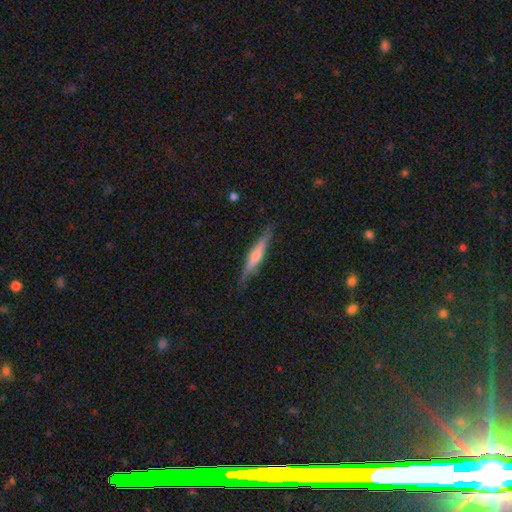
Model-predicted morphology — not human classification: Smooth or featured?
  - featured or disk: 61% *
  - smooth: 33%
  - star or artifact: 6%
Edge-on disk?
  - yes: 96% *
  - no: 4%
Edge-on bulge?
  - rounded: 72% *
  - none: 18%
  - boxy: 10%
Merging?
  - none: 86% *
  - minor disturbance: 11%
  - major disturbance: 2%
  - merger: 1%